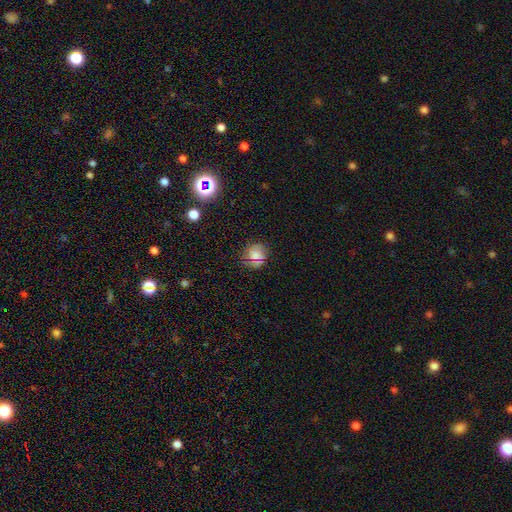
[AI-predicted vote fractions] Smooth or featured? Predicted: smooth (p=0.60). How rounded? Predicted: round (p=0.79). Merging? Predicted: none (p=0.75).